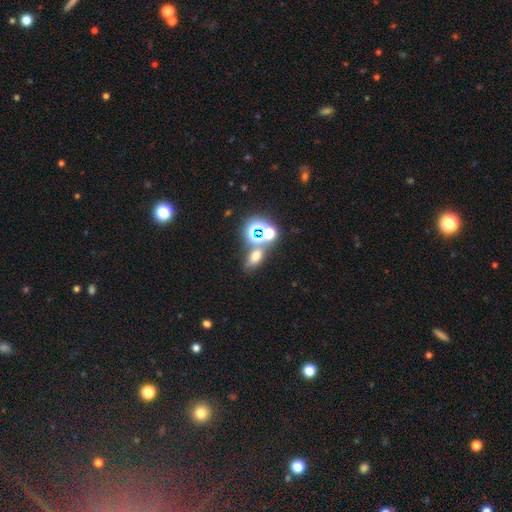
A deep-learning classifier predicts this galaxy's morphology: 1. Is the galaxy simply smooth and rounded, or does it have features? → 55% smooth, 34% star or artifact, 11% featured or disk.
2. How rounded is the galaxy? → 68% in between, 27% round, 5% cigar-shaped.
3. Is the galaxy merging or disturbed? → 58% none, 24% merger, 11% minor disturbance, 6% major disturbance.